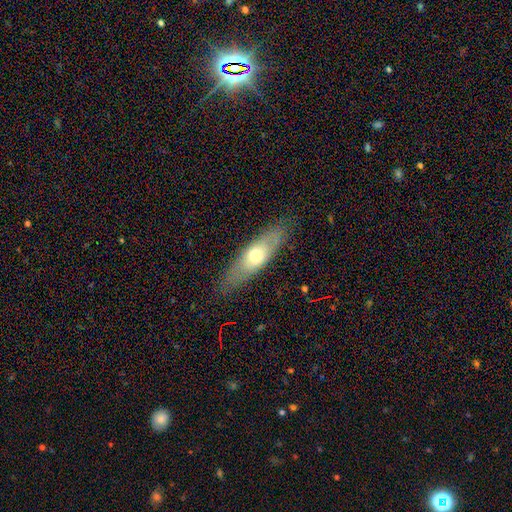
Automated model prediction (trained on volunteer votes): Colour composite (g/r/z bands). It shows a smooth galaxy with no disk features (55%) that is cigar-shaped (50%). Merging: none (82%).